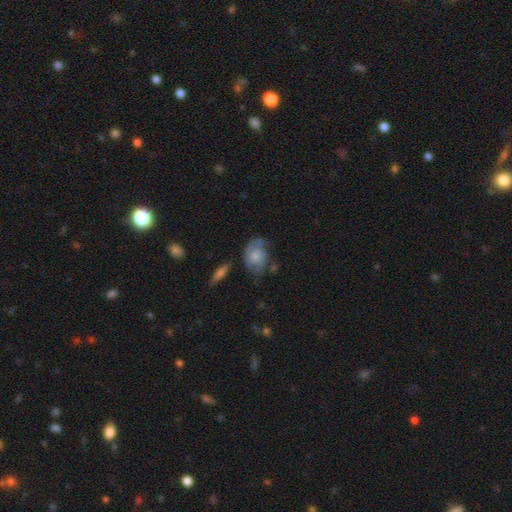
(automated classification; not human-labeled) A featured or disk galaxy (47%).

Vote fractions:
- Smooth or featured? featured or disk: 47% / smooth: 46% / star or artifact: 7%
- Merging? none: 49% / minor disturbance: 30% / major disturbance: 16% / merger: 5%